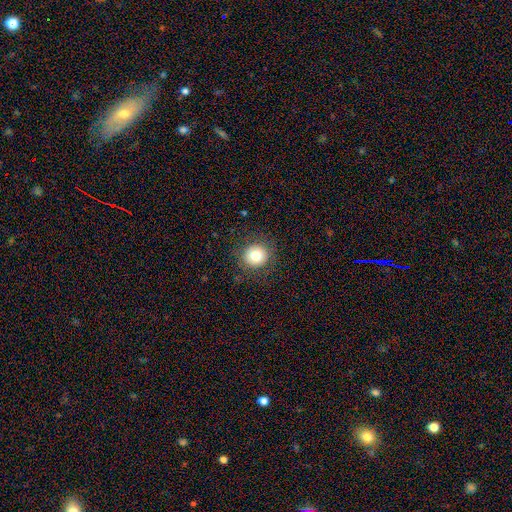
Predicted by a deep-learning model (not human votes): Smooth or featured? smooth (77%)
How rounded? round (91%)
Merging? none (89%)